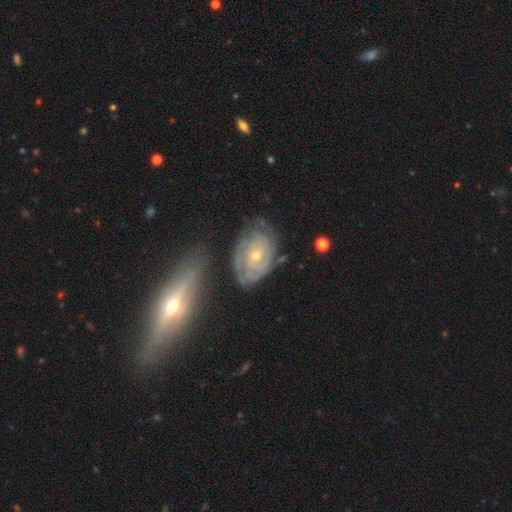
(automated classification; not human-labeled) A featured or disk galaxy (80%) with no bar (76%), tight (76%) spiral arms (90%) and a small central bulge (60%). Merging: none (66%).